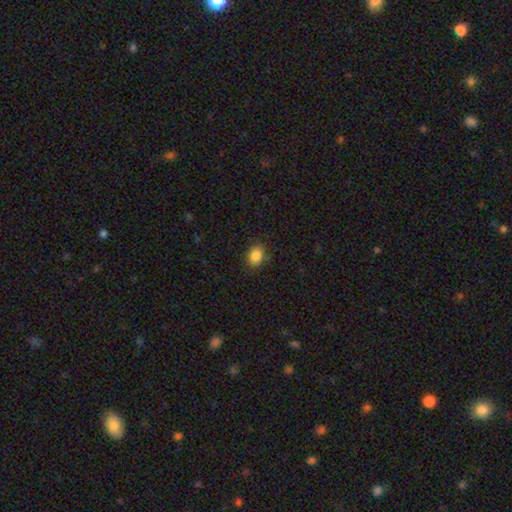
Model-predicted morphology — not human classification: Overall: smooth (87%). How rounded: in between (69%; round 30%). Merging: none (85%).